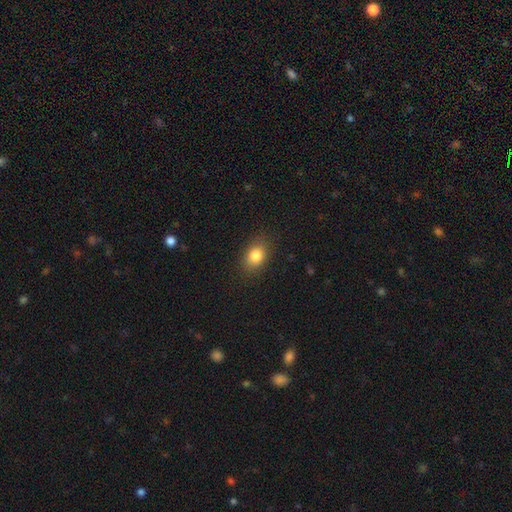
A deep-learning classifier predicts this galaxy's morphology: Smooth or featured: smooth — 83% (star or artifact — 10%)
How rounded: in between — 67% (round — 31%)
Merging: none — 85% (minor disturbance — 11%)